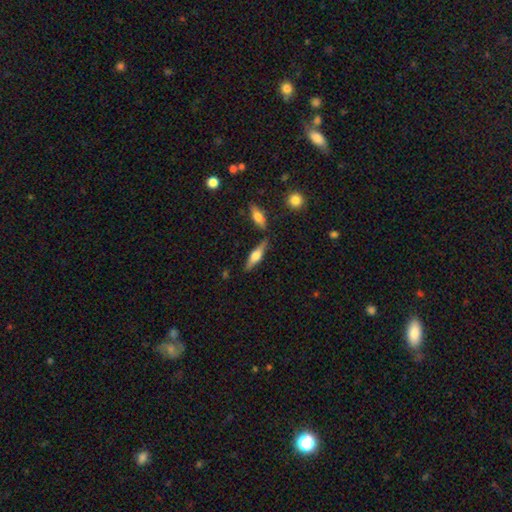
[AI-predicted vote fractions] Morphology: type=featured or disk (53%); edge-on=yes (94%); merging=none (78%).